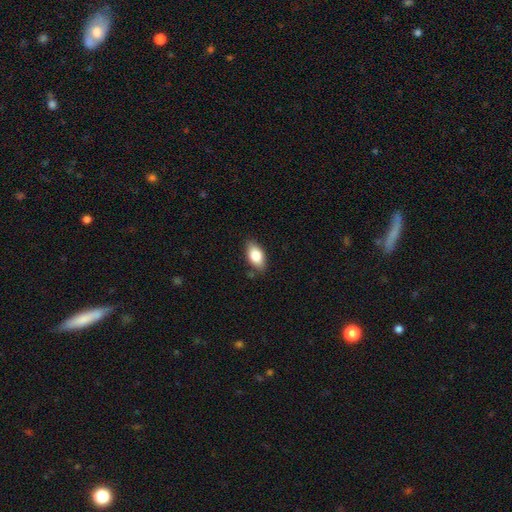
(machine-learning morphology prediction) smooth_or_featured: smooth (p=0.82) [alt: featured or disk p=0.11]
how_rounded: in between (p=0.91) [alt: cigar-shaped p=0.04]
merging: none (p=0.81) [alt: minor disturbance p=0.14]